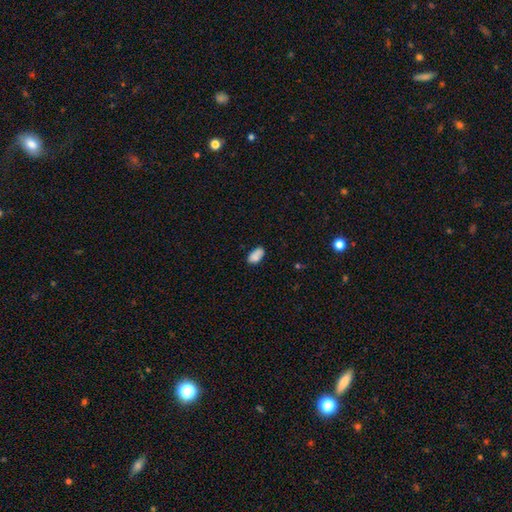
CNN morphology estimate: Smooth or featured: smooth — 84% (star or artifact — 8%)
How rounded: in between — 93% (round — 4%)
Merging: none — 73% (minor disturbance — 20%)